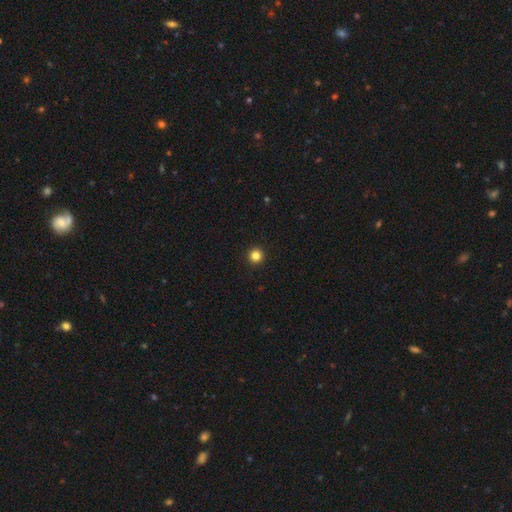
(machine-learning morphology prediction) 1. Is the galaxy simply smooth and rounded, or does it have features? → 84% smooth, 12% star or artifact, 4% featured or disk.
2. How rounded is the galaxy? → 96% round, 3% in between, 1% cigar-shaped.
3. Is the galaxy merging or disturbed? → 94% none, 4% minor disturbance, 1% major disturbance, 1% merger.